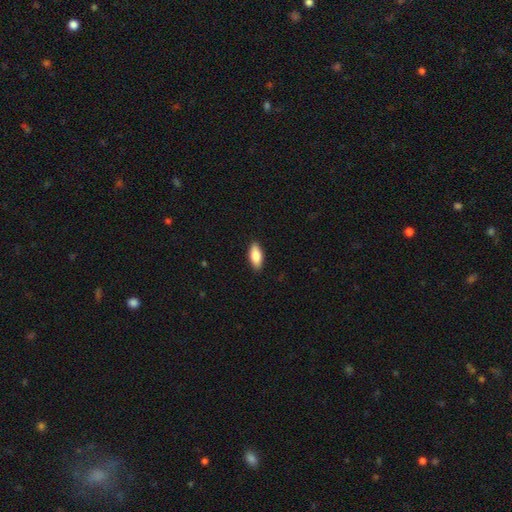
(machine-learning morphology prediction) type=smooth (82%); roundness=in between (82%); merging=none (89%).